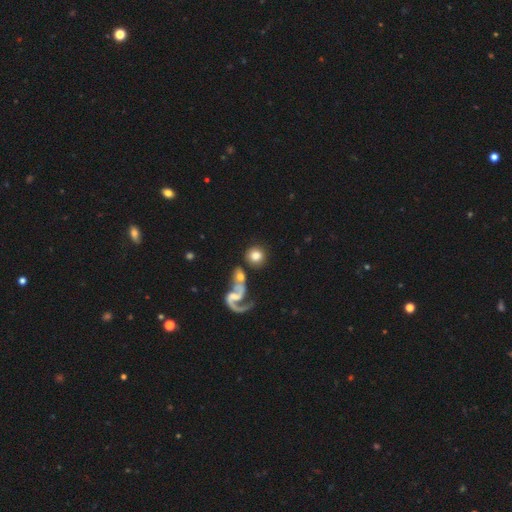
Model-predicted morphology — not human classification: smooth-or-featured: smooth: 73% | featured or disk: 20% | star or artifact: 7%
  how-rounded: round: 90% | in between: 9% | cigar-shaped: 1%
  merging: none: 67% | merger: 17% | minor disturbance: 9% | major disturbance: 7%